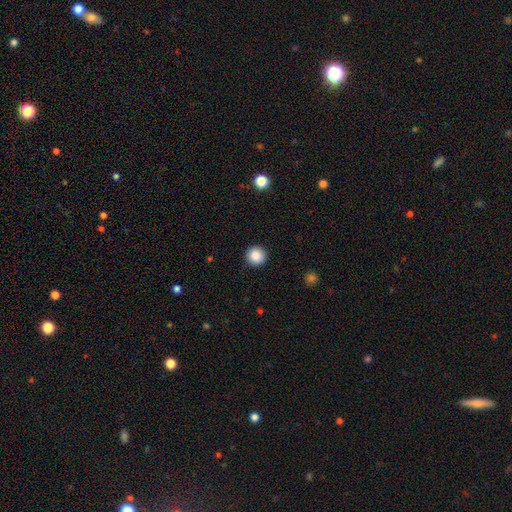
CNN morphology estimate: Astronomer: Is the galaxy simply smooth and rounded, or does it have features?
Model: smooth — 88%.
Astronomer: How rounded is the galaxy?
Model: round — 94%.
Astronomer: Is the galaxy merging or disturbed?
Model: none — 91%.